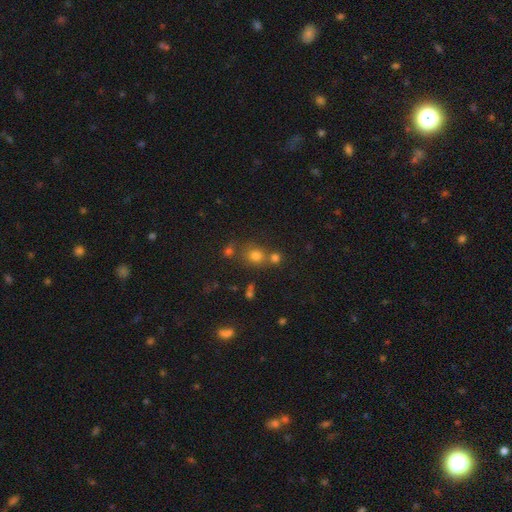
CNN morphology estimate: A smooth galaxy with no disk features (69%) that is round (79%).

Vote fractions:
- Smooth or featured? smooth: 69% / star or artifact: 22% / featured or disk: 10%
- How rounded? round: 79% / in between: 20% / cigar-shaped: 1%
- Merging? none: 61% / merger: 25% / minor disturbance: 10% / major disturbance: 4%